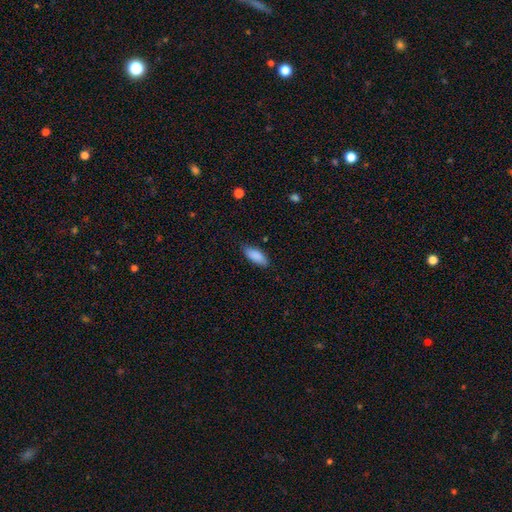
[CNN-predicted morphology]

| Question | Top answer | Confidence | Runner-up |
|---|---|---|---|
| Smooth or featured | smooth | 88% | star or artifact (6%) |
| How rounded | in between | 79% | cigar-shaped (19%) |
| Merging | none | 82% | minor disturbance (14%) |